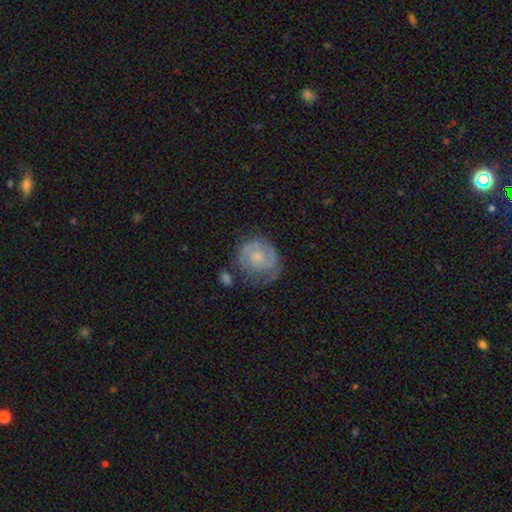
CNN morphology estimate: Smooth or featured: featured or disk — 61% (smooth — 32%)
Edge-on disk: no — 98% (yes — 2%)
Bar: no — 73% (weak — 23%)
Spiral arms: yes — 83% (no — 17%)
Bulge size: small — 51% (moderate — 35%)
Merging: none — 59% (minor disturbance — 25%)